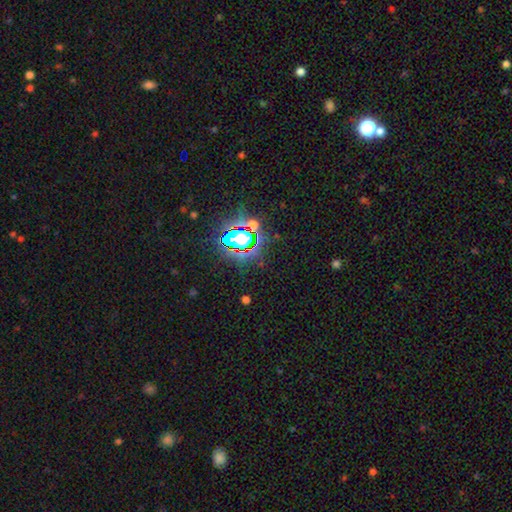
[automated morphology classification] smooth-or-featured: star or artifact: 80% | smooth: 12% | featured or disk: 8%